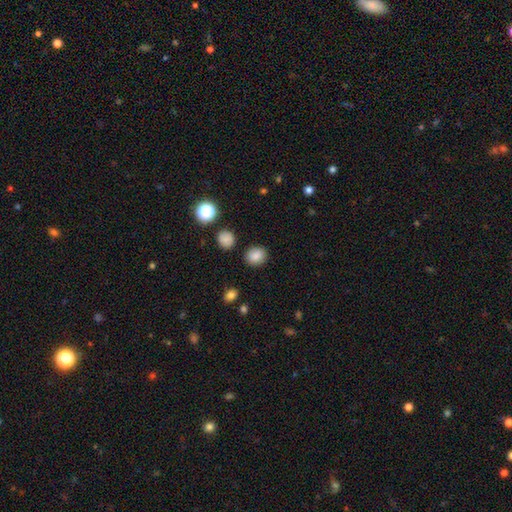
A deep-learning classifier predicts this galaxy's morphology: Smooth or featured? Predicted: smooth (p=0.85). How rounded? Predicted: round (p=0.68). Merging? Predicted: none (p=0.87).